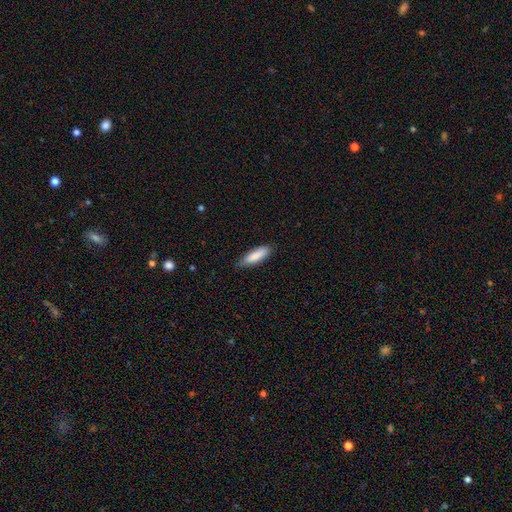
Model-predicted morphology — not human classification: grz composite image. It shows a smooth galaxy with no disk features (85%) that is cigar-shaped (52%). Merging: none (77%).